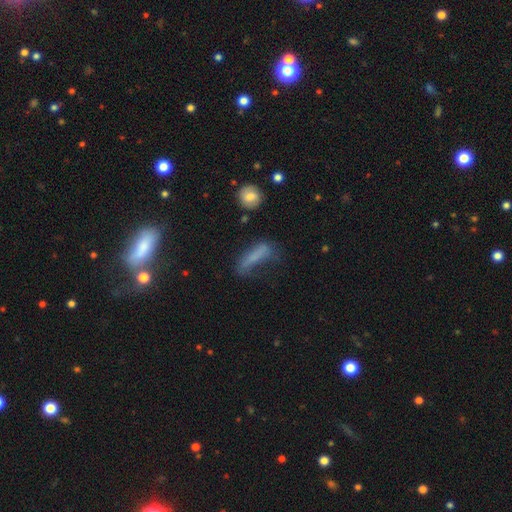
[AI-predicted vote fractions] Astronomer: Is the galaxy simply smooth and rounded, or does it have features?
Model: smooth — 60%.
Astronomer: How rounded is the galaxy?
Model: cigar-shaped — 63%.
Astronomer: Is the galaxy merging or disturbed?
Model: none — 37% (runner-up: major disturbance, 32%).